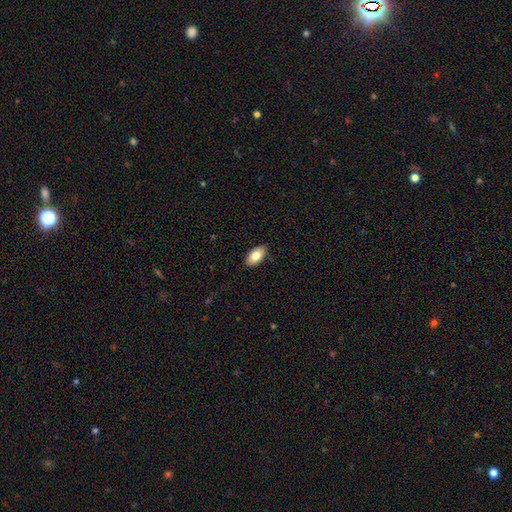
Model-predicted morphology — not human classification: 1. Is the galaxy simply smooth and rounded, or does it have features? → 82% smooth, 11% featured or disk, 7% star or artifact.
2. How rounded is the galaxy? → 93% in between, 3% round, 3% cigar-shaped.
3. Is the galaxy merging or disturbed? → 87% none, 10% minor disturbance, 2% major disturbance, 1% merger.